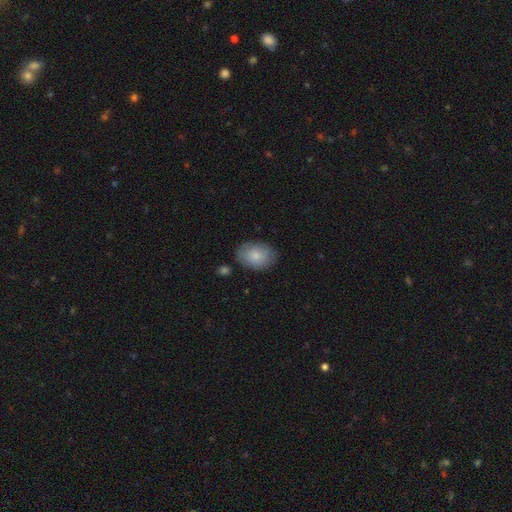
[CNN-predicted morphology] This appears to be a smooth galaxy with no disk features (82%) that is in between round and cigar-shaped (82%). Merging: none (80%).